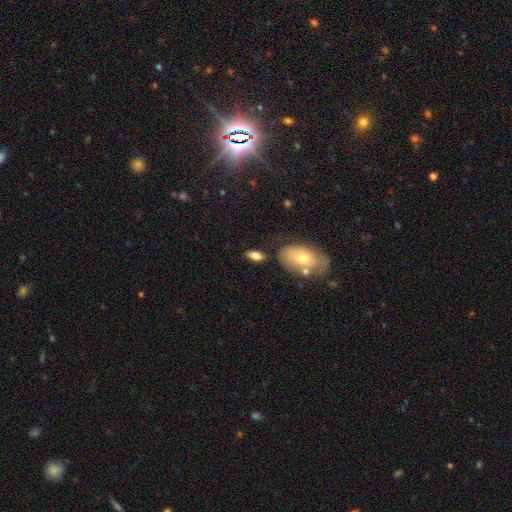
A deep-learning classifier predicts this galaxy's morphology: Smooth or featured? smooth (73%)
How rounded? in between (82%)
Merging? none (71%)